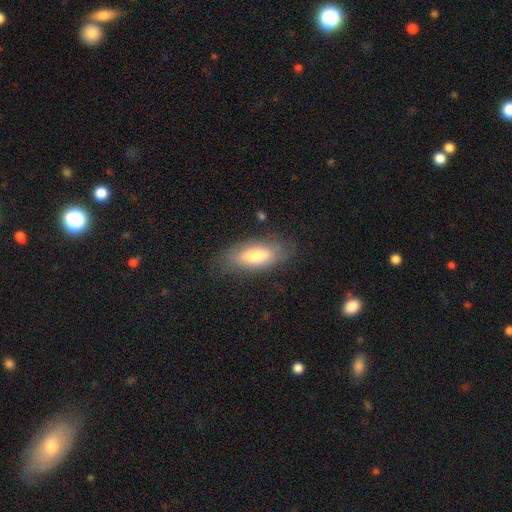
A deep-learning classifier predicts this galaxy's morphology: This is likely a smooth galaxy (75%). How rounded: likely in between (75%). Merging: likely none (79%).